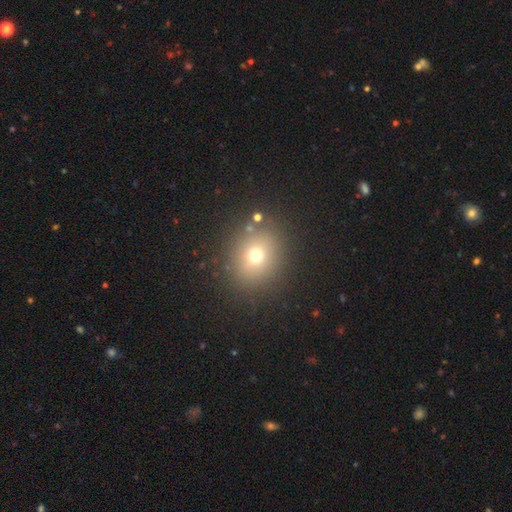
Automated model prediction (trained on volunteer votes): Smooth or featured?
  - smooth: 68% *
  - star or artifact: 20%
  - featured or disk: 13%
How rounded?
  - round: 73% *
  - in between: 26%
  - cigar-shaped: 1%
Merging?
  - none: 83% *
  - minor disturbance: 9%
  - major disturbance: 5%
  - merger: 3%